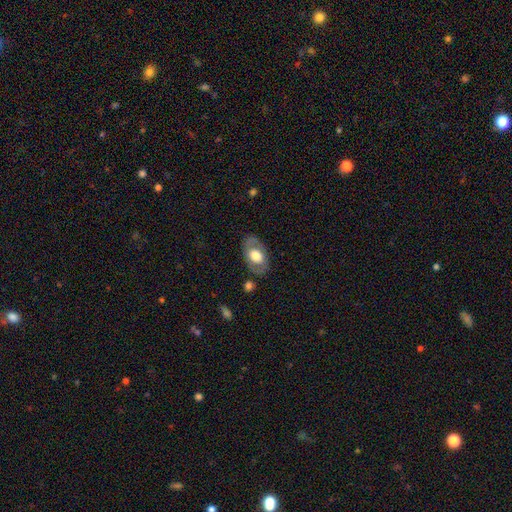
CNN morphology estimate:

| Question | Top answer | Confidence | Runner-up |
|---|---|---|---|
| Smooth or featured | smooth | 48% | featured or disk (46%) |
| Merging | none | 78% | minor disturbance (15%) |